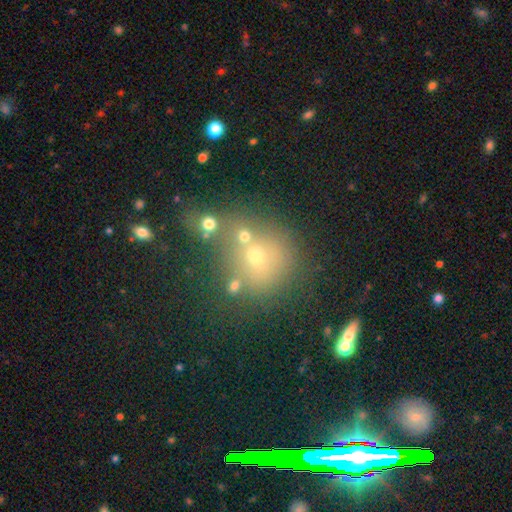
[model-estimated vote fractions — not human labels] A smooth galaxy with no disk features (50%) that is round (84%).

Vote fractions:
- Smooth or featured? smooth: 50% / star or artifact: 35% / featured or disk: 15%
- How rounded? round: 84% / in between: 15% / cigar-shaped: 2%
- Merging? none: 52% / merger: 32% / minor disturbance: 11% / major disturbance: 6%